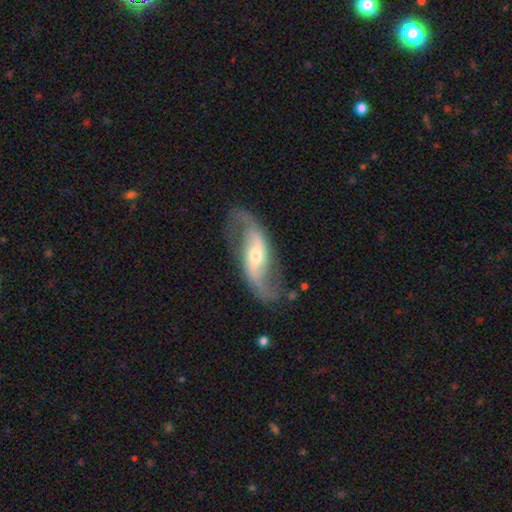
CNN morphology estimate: featured or disk 89%, smooth 7%, star or artifact 5%. Down the decision tree: edge-on disk — no (95%); bar — weak (39%); spiral arms — yes (96%); spiral arm count — 2 (93%); spiral winding — loose (72%); bulge size — moderate (49%); merging — none (78%).